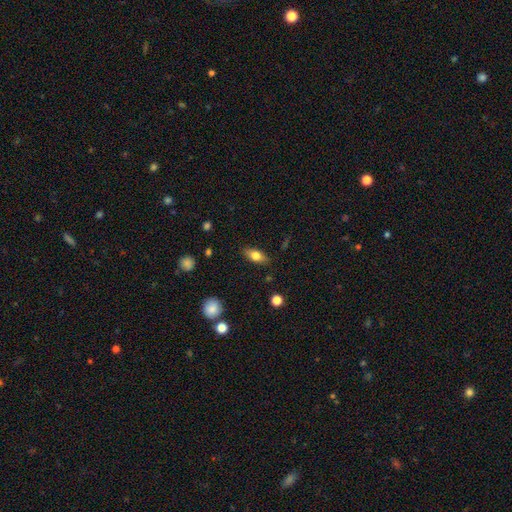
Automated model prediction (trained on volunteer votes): Smooth or featured? Predicted: smooth (p=0.74). How rounded? Predicted: in between (p=0.83). Merging? Predicted: none (p=0.84).